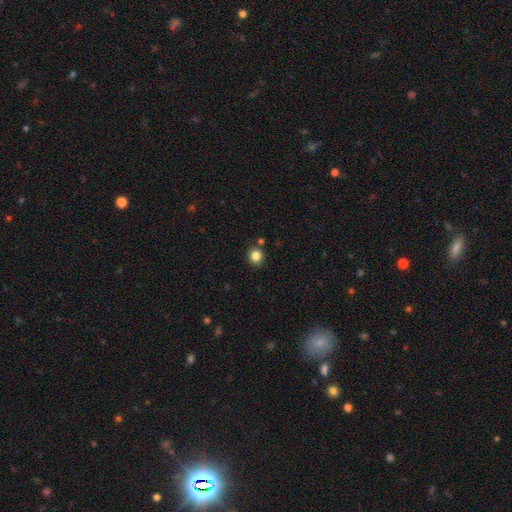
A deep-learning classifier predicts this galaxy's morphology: A smooth galaxy with no disk features (84%) that is round (90%). Merging: none (85%).